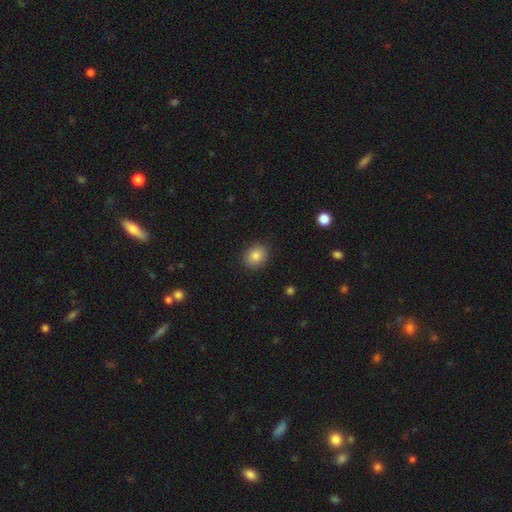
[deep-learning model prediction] This is clearly a smooth galaxy (84%). How rounded: possibly round (56%). Merging: clearly none (89%).